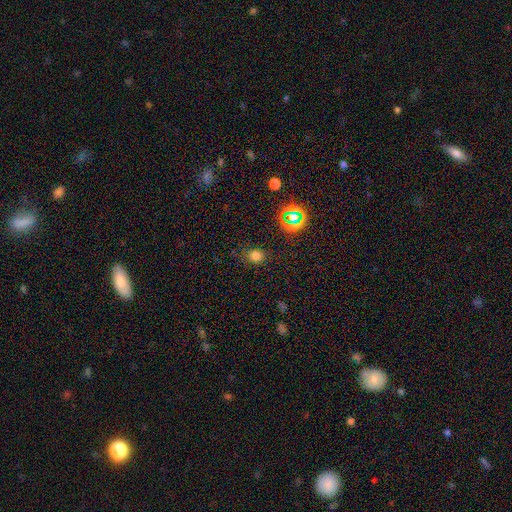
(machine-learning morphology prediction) The model was most divided on "how rounded": round: 60%, in between: 39%, cigar-shaped: 1%. More confident: merging — none (78%); smooth or featured — smooth (73%).